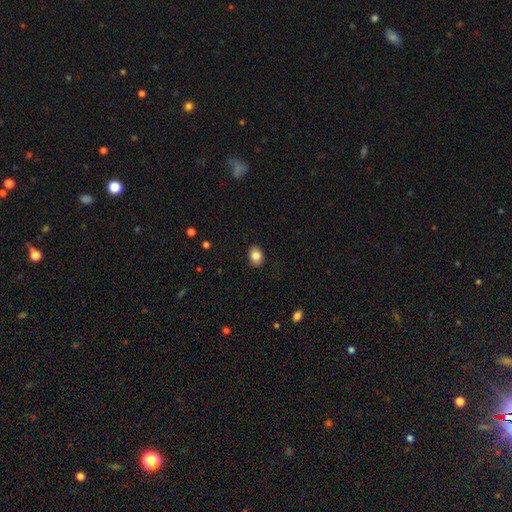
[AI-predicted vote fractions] Smooth or featured?
  - smooth: 84% *
  - star or artifact: 8%
  - featured or disk: 7%
How rounded?
  - in between: 69% *
  - round: 30%
  - cigar-shaped: 1%
Merging?
  - none: 88% *
  - minor disturbance: 9%
  - major disturbance: 2%
  - merger: 1%